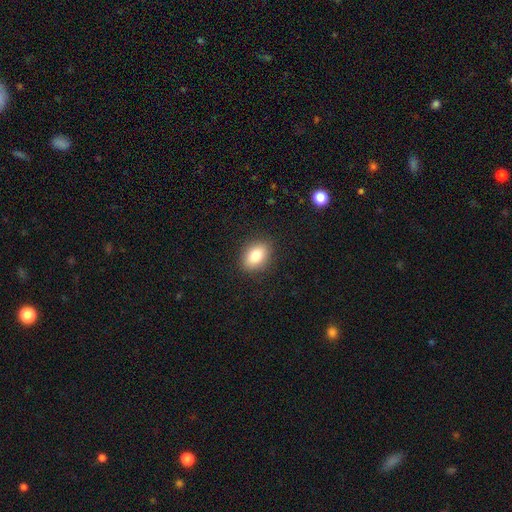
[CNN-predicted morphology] Smooth or featured? Predicted: smooth (p=0.82). How rounded? Predicted: in between (p=0.76). Merging? Predicted: none (p=0.88).